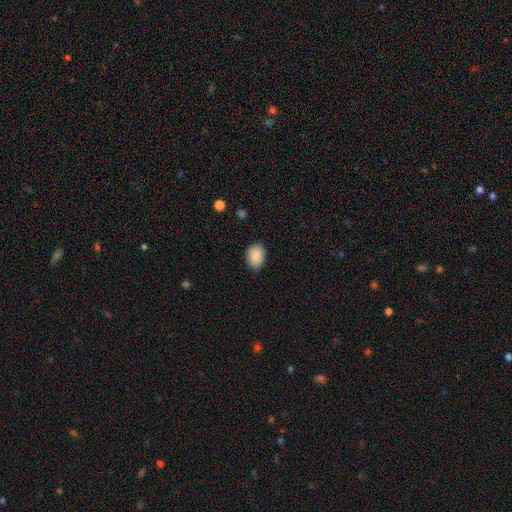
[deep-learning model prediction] smooth-or-featured: smooth: 88% | star or artifact: 8% | featured or disk: 5%
  how-rounded: in between: 66% | round: 33% | cigar-shaped: 1%
  merging: none: 79% | minor disturbance: 17% | major disturbance: 3% | merger: 1%